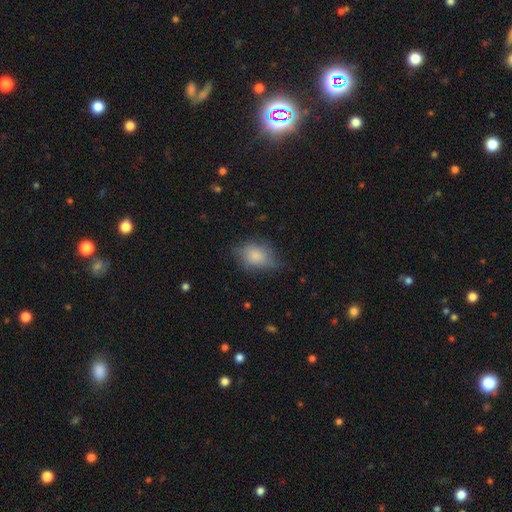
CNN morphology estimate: The model was most divided on "merging": none: 55%, minor disturbance: 33%, major disturbance: 11%, merger: 1%. More confident: smooth or featured — smooth (76%); how rounded — in between (63%).